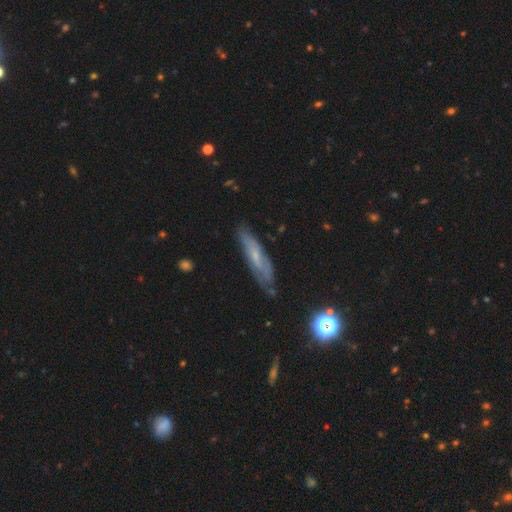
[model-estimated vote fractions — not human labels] Smooth or featured? Predicted: featured or disk (p=0.56). Edge-on disk? Predicted: no (p=0.57). Merging? Predicted: none (p=0.67).